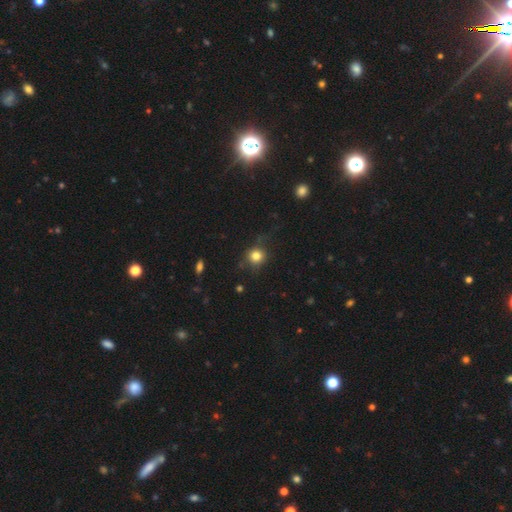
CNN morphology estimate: smooth-or-featured: smooth: 81% | star or artifact: 12% | featured or disk: 8%
  how-rounded: round: 89% | in between: 10% | cigar-shaped: 1%
  merging: none: 75% | minor disturbance: 17% | major disturbance: 6% | merger: 2%